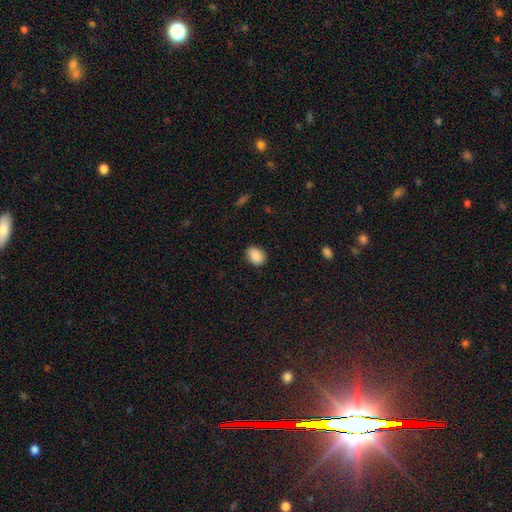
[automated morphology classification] A smooth galaxy with no disk features (89%) that is in between round and cigar-shaped (71%).

Vote fractions:
- Smooth or featured? smooth: 89% / star or artifact: 7% / featured or disk: 3%
- How rounded? in between: 71% / round: 28% / cigar-shaped: 1%
- Merging? none: 85% / minor disturbance: 11% / major disturbance: 2% / merger: 1%